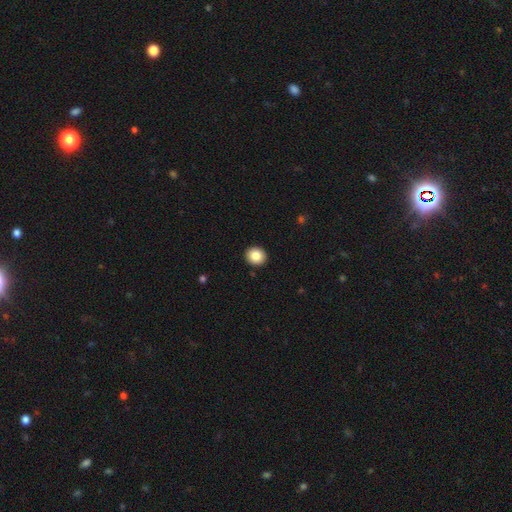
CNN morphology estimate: Q: Smooth or featured?
A: smooth (86%); runner-up: star or artifact (8%)
Q: How rounded?
A: round (82%); runner-up: in between (17%)
Q: Merging?
A: none (93%); runner-up: minor disturbance (5%)